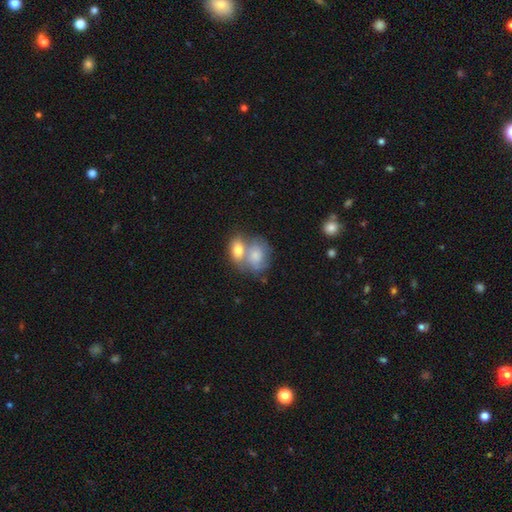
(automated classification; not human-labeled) A smooth galaxy with no disk features (63%) that is in between round and cigar-shaped (60%). Merging: merger (64%).